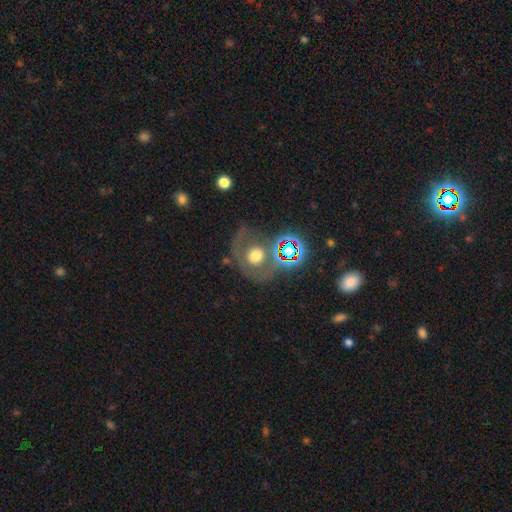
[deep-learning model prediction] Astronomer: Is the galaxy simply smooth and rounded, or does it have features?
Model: smooth — 46% (runner-up: featured or disk, 34%).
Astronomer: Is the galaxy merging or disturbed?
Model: none — 62%.